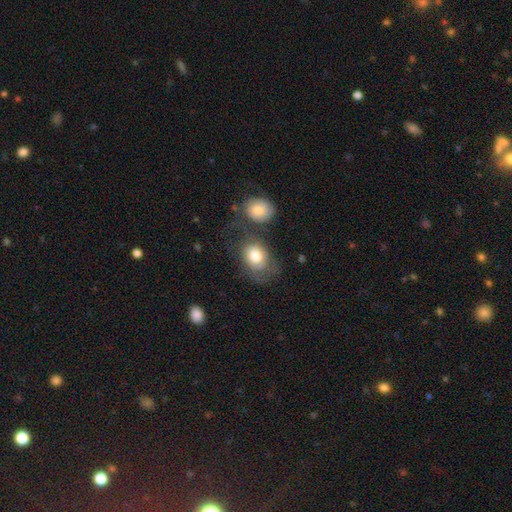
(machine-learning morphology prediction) Smooth or featured? Predicted: smooth (p=0.72). How rounded? Predicted: in between (p=0.60). Merging? Predicted: none (p=0.42).